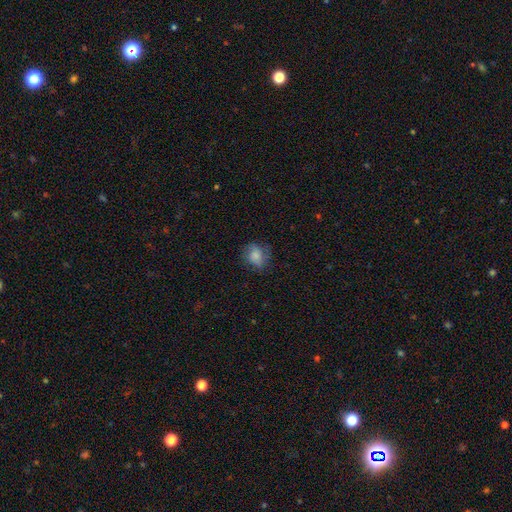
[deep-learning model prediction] Smooth or featured?
  - smooth: 77% *
  - featured or disk: 14%
  - star or artifact: 9%
How rounded?
  - round: 51% *
  - in between: 48%
  - cigar-shaped: 1%
Merging?
  - none: 68% *
  - minor disturbance: 22%
  - major disturbance: 9%
  - merger: 1%